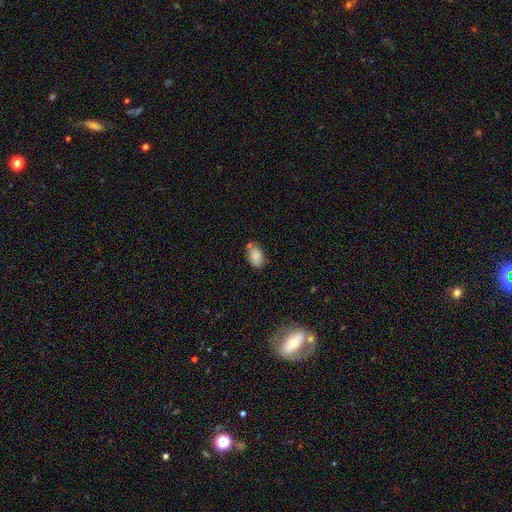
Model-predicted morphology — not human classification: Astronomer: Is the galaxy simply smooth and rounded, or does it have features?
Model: smooth — 83%.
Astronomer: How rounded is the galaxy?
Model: in between — 88%.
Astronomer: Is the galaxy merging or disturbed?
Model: none — 62%.